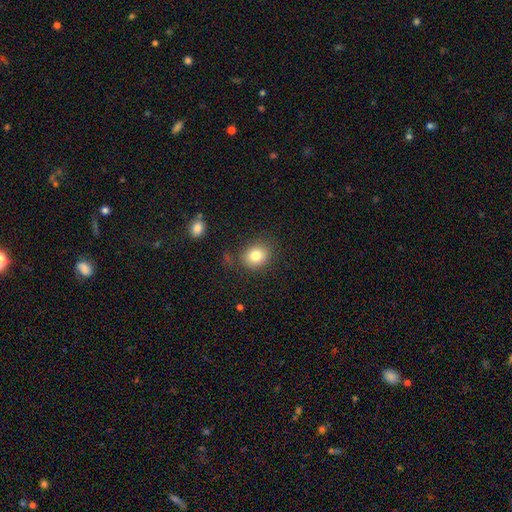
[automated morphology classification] Smooth or featured? smooth (81%)
How rounded? round (64%)
Merging? none (78%)